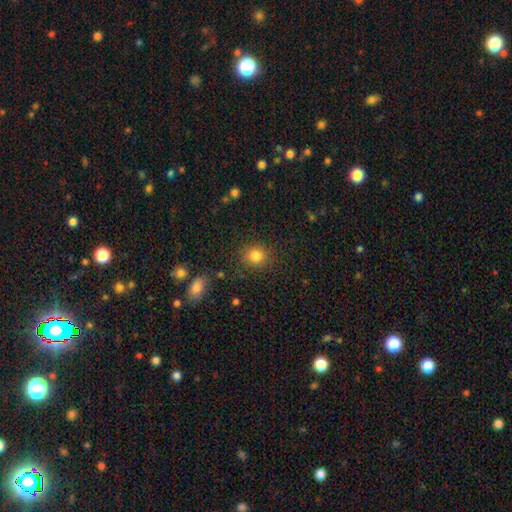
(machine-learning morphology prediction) A smooth galaxy with no disk features (83%) that is round (82%). Merging: none (84%).